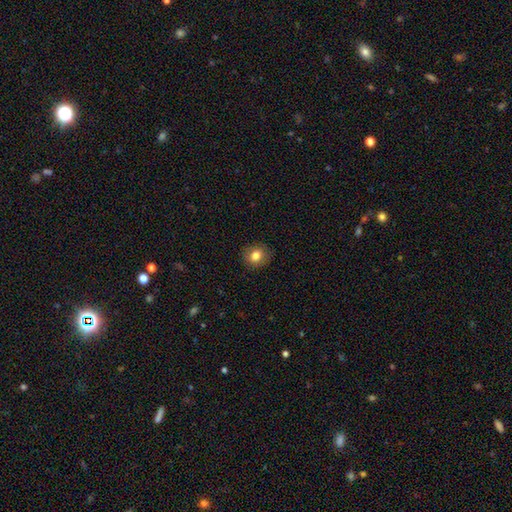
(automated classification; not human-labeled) This is clearly a smooth galaxy (80%). How rounded: likely round (74%). Merging: clearly none (88%).